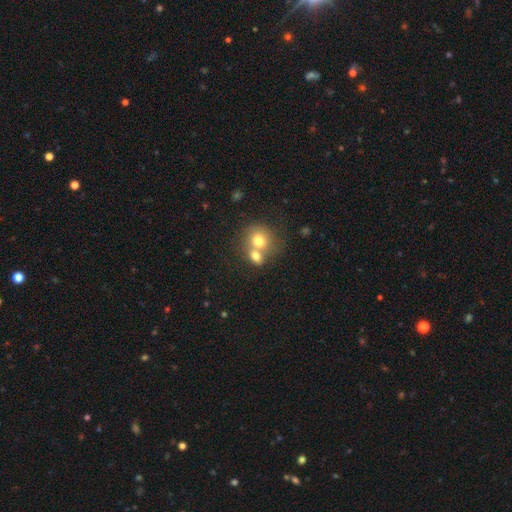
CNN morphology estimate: This appears to be a smooth galaxy with no disk features (73%) that is round (65%). Merging: merger (61%).